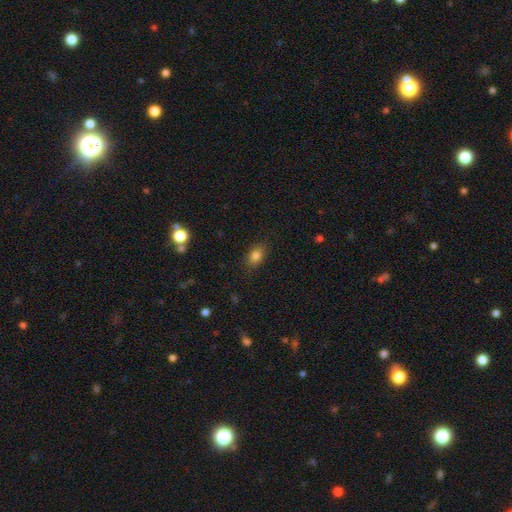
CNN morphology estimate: This is clearly a smooth galaxy (82%). How rounded: likely in between (80%). Merging: clearly none (85%).